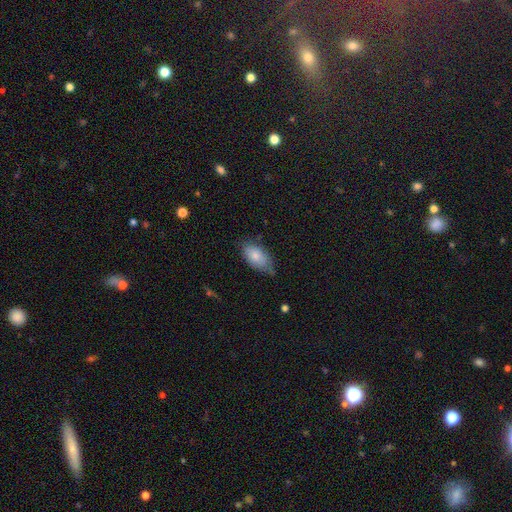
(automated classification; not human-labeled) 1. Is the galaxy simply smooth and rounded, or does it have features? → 80% smooth, 13% featured or disk, 7% star or artifact.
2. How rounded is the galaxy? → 93% in between, 4% round, 3% cigar-shaped.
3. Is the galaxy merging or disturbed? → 61% none, 31% minor disturbance, 6% major disturbance, 2% merger.